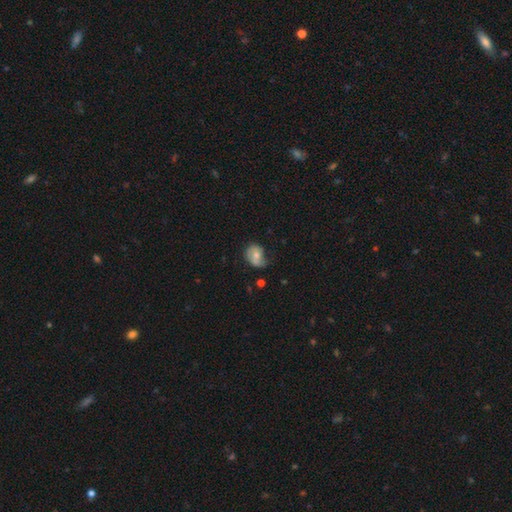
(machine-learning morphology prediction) A smooth galaxy with no disk features (54%) that is in between round and cigar-shaped (56%).

Vote fractions:
- Smooth or featured? smooth: 54% / featured or disk: 38% / star or artifact: 8%
- How rounded? in between: 56% / round: 43% / cigar-shaped: 1%
- Merging? none: 40% / minor disturbance: 38% / major disturbance: 18% / merger: 3%